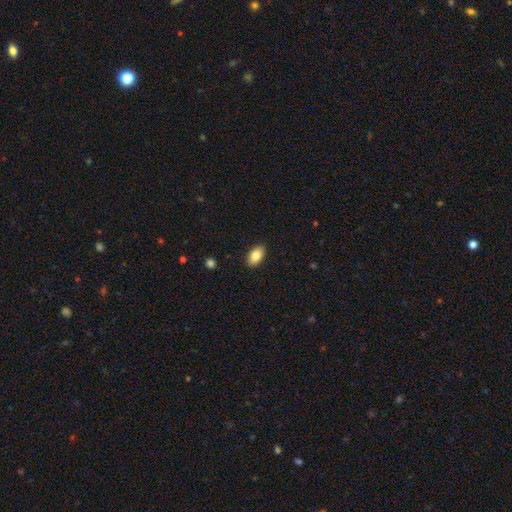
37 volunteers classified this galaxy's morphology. Q: Smooth or featured?
A: smooth (86%); runner-up: featured or disk (8%)
Q: How rounded?
A: in between (97%); runner-up: round (3%)
Q: Merging?
A: none (91%); runner-up: minor disturbance (6%)